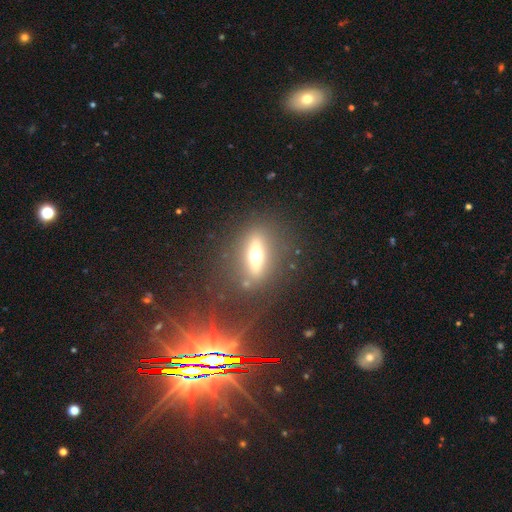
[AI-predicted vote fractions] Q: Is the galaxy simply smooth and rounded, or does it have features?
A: featured or disk — 46%.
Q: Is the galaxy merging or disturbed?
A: none — 77%.